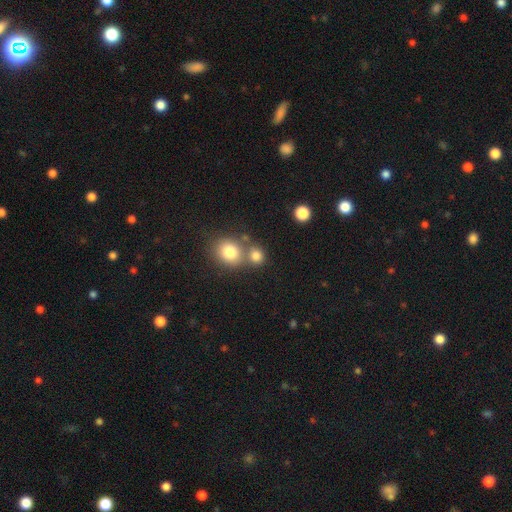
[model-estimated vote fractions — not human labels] smooth_or_featured: smooth (p=0.81) [alt: star or artifact p=0.12]
how_rounded: round (p=0.79) [alt: in between p=0.20]
merging: none (p=0.53) [alt: merger p=0.35]